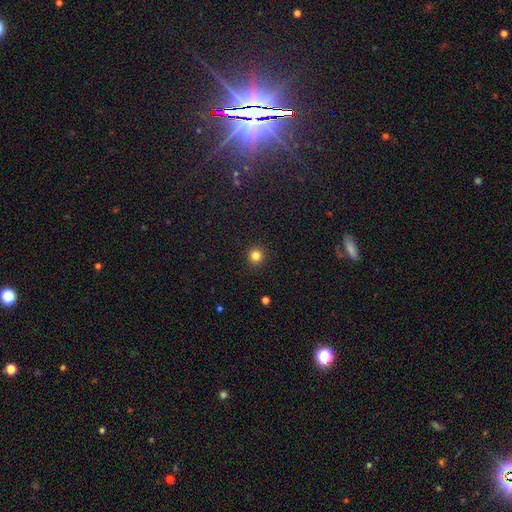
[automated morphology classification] Smooth or featured?
  - smooth: 83% *
  - star or artifact: 13%
  - featured or disk: 4%
How rounded?
  - round: 95% *
  - in between: 4%
  - cigar-shaped: 1%
Merging?
  - none: 92% *
  - minor disturbance: 5%
  - major disturbance: 2%
  - merger: 1%